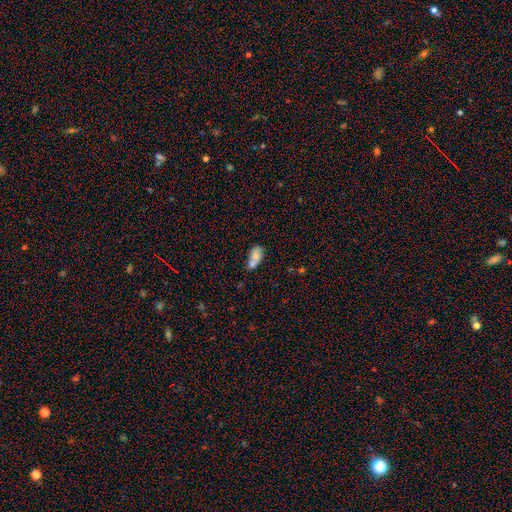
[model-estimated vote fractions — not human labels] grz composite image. It shows a smooth galaxy with no disk features (69%) that is in between round and cigar-shaped (84%). Merging: merger (52%).